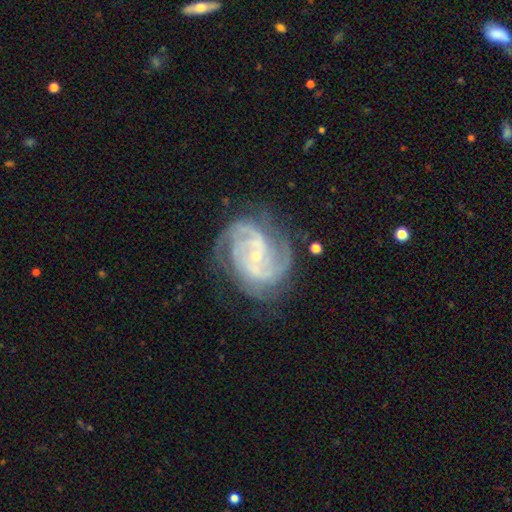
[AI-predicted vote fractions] The model was most divided on "spiral arm count": 2: 38%, 3: 26%, can't tell: 16%, 4: 10%, more than 4: 5%, 1: 5%. More confident: edge-on disk — no (98%); spiral arms — yes (97%); smooth or featured — featured or disk (90%); bulge size — small (76%); merging — none (69%); bar — no (57%); spiral winding — tight (54%).